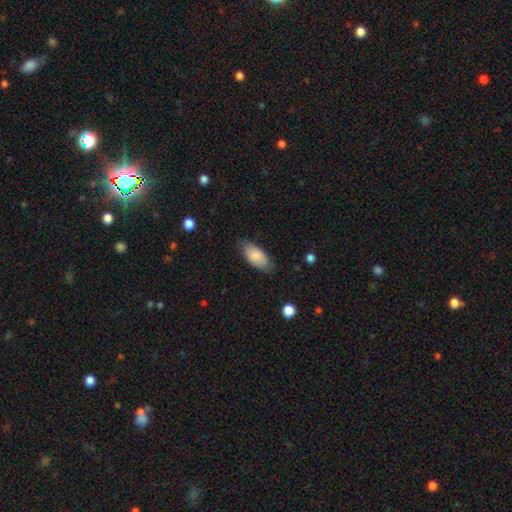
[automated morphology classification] smooth-or-featured: smooth: 85% | featured or disk: 9% | star or artifact: 6%
  how-rounded: in between: 91% | cigar-shaped: 7% | round: 2%
  merging: none: 79% | minor disturbance: 16% | major disturbance: 3% | merger: 1%